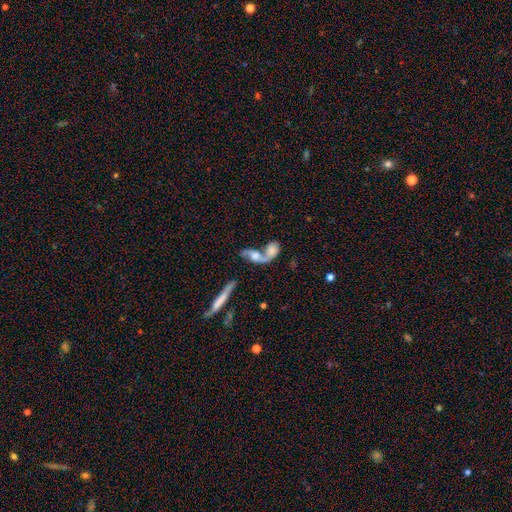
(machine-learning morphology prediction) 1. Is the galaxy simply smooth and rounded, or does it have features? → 61% featured or disk, 30% smooth, 9% star or artifact.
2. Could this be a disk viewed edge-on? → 81% no, 19% yes.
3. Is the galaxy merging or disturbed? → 58% merger, 23% none, 10% major disturbance, 9% minor disturbance.